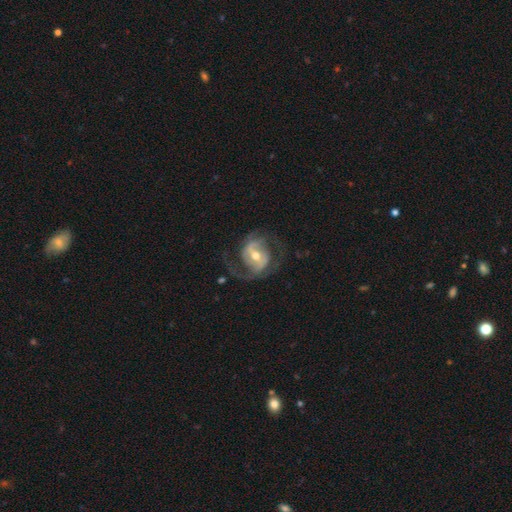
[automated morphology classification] The model was most divided on "bar": weak: 43%, strong: 31%, no: 26%. More confident: edge-on disk — no (97%); spiral arms — yes (92%); smooth or featured — featured or disk (85%); spiral arm count — 2 (81%); merging — none (66%); bulge size — moderate (64%); spiral winding — medium (50%).